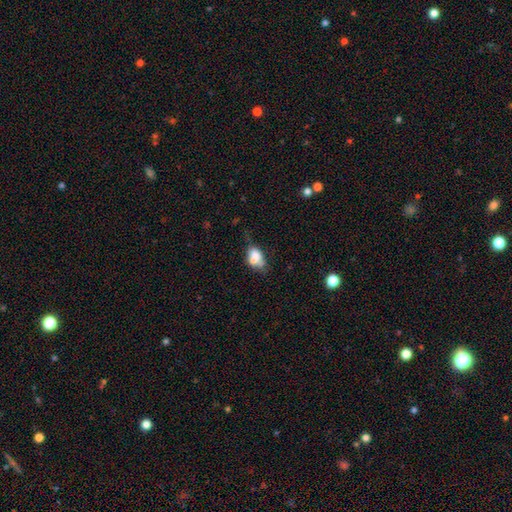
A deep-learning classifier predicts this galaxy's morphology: Smooth or featured? smooth (67%)
How rounded? in between (78%)
Merging? merger (33%)